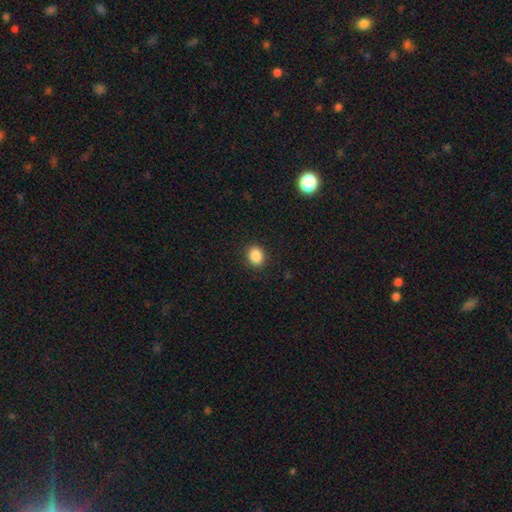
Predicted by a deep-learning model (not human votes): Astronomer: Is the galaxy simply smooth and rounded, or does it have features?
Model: smooth — 87%.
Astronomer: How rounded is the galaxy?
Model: round — 53% (runner-up: in between, 46%).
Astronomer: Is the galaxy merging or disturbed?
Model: none — 89%.